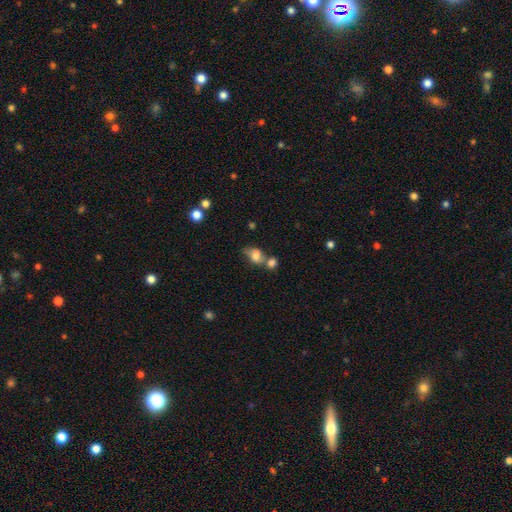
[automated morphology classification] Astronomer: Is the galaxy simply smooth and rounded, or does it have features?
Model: smooth — 75%.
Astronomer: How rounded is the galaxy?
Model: in between — 62%.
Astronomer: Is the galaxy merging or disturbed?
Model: merger — 46% (runner-up: none, 31%).